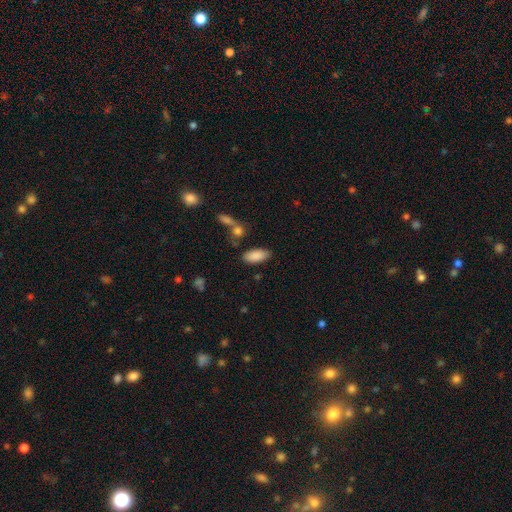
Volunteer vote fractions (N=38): A smooth galaxy with no disk features (92%) that is in between round and cigar-shaped (91%).

Vote fractions:
- Smooth or featured? smooth: 92% / featured or disk: 5% / star or artifact: 3%
- How rounded? in between: 91% / cigar-shaped: 9% / round: 0%
- Merging? none: 86% / minor disturbance: 8% / major disturbance: 3% / merger: 3%